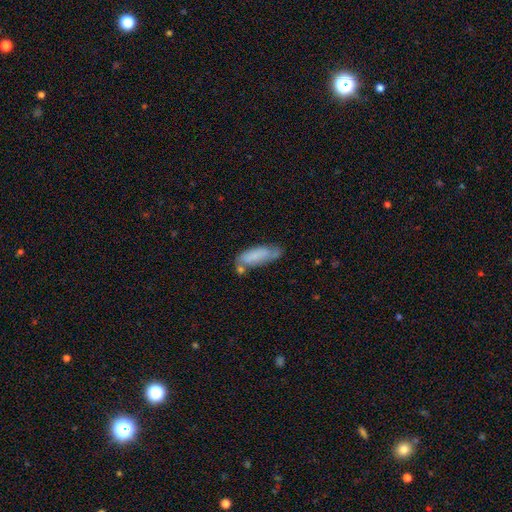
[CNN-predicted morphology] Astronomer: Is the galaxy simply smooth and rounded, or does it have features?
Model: smooth — 71%.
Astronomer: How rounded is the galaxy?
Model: in between — 54% (runner-up: cigar-shaped, 45%).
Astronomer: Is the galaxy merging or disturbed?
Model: none — 50% (runner-up: minor disturbance, 27%).